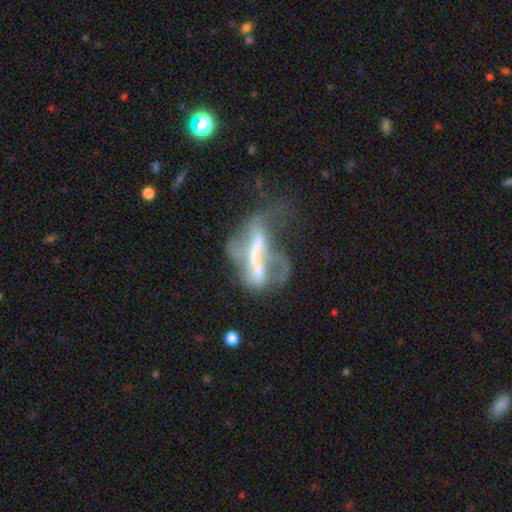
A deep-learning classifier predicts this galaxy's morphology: Smooth or featured? featured or disk (61%)
Edge-on disk? no (85%)
Bar? strong (40%, tied with no)
Spiral arms? no (71%)
Bulge size? none (35%)
Merging? major disturbance (40%)